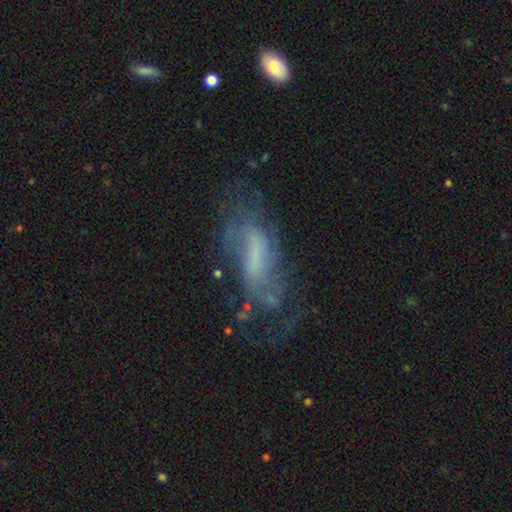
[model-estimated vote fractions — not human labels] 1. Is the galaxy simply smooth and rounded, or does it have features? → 60% featured or disk, 28% smooth, 12% star or artifact.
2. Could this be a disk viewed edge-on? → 86% no, 14% yes.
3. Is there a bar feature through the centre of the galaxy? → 37% weak, 34% no, 29% strong.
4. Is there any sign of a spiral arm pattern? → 61% yes, 39% no.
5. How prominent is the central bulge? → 48% none, 21% small, 21% moderate, 9% large, 2% dominant.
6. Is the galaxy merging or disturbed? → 46% none, 27% major disturbance, 23% minor disturbance, 4% merger.